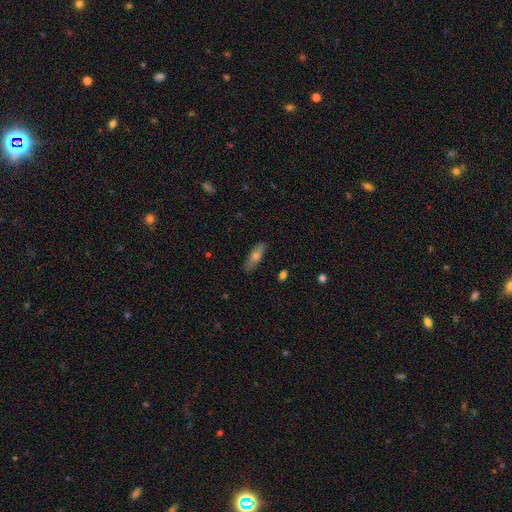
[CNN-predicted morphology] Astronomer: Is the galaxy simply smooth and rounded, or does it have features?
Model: smooth — 61%.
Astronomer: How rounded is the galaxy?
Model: cigar-shaped — 51% (runner-up: in between, 46%).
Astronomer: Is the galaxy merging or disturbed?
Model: none — 86%.